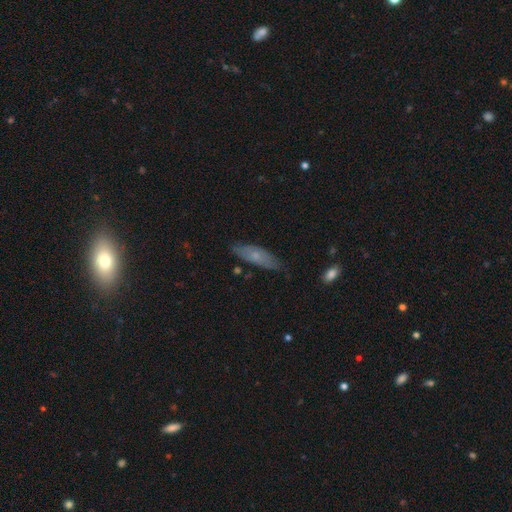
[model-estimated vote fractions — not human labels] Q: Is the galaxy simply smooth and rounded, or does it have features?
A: smooth — 60%.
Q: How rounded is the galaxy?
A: in between — 50%.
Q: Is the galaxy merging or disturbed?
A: none — 75%.